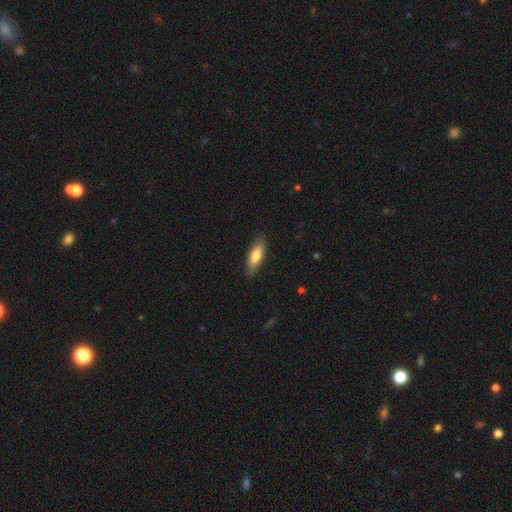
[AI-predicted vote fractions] Smooth or featured? smooth (75%)
How rounded? in between (61%)
Merging? none (84%)